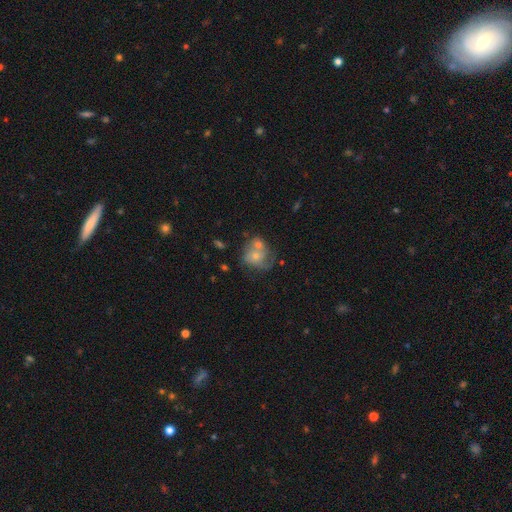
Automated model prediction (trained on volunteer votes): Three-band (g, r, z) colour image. It shows a smooth galaxy with no disk features (47%). Merging: merger (49%).